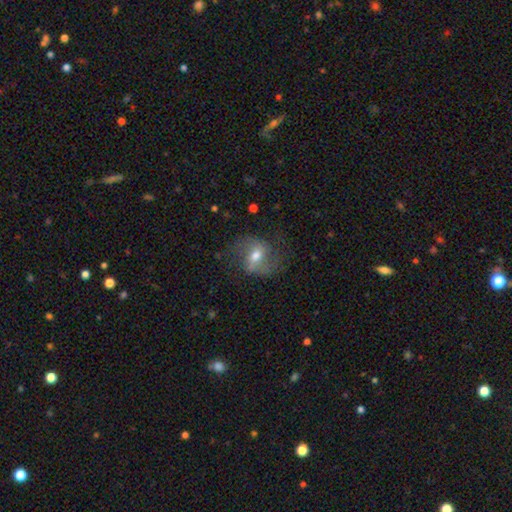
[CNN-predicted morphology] smooth_or_featured: featured or disk (p=0.69) [alt: smooth p=0.22]
disk_edge_on: no (p=0.95) [alt: yes p=0.05]
bar: weak (p=0.47) [alt: strong p=0.28]
has_spiral_arms: yes (p=0.88) [alt: no p=0.12]
spiral_winding: loose (p=0.50) [alt: medium p=0.39]
spiral_arm_count: 2 (p=0.86) [alt: can't tell p=0.07]
bulge_size: moderate (p=0.65) [alt: small p=0.26]
merging: none (p=0.69) [alt: minor disturbance p=0.18]